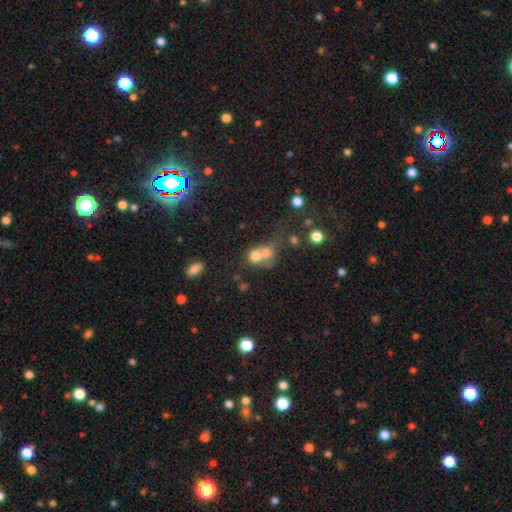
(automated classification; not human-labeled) The model was most divided on "merging": merger: 61%, none: 25%, minor disturbance: 7%, major disturbance: 6%. More confident: how rounded — round (70%); smooth or featured — smooth (68%).